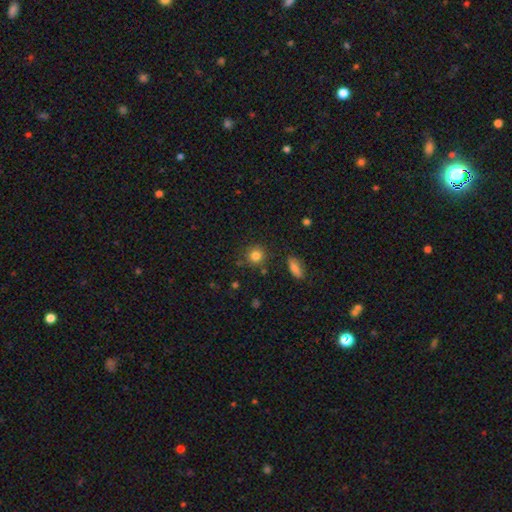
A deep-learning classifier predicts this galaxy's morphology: Smooth or featured: smooth — 83% (star or artifact — 11%)
How rounded: round — 89% (in between — 10%)
Merging: none — 82% (minor disturbance — 10%)